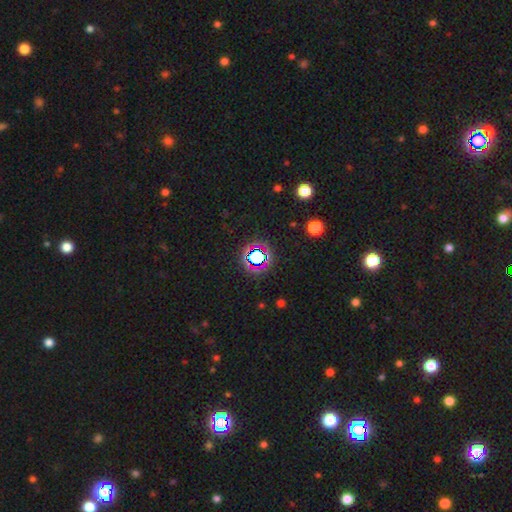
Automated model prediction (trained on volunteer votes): smooth_or_featured: star or artifact (p=0.72) [alt: smooth p=0.18]